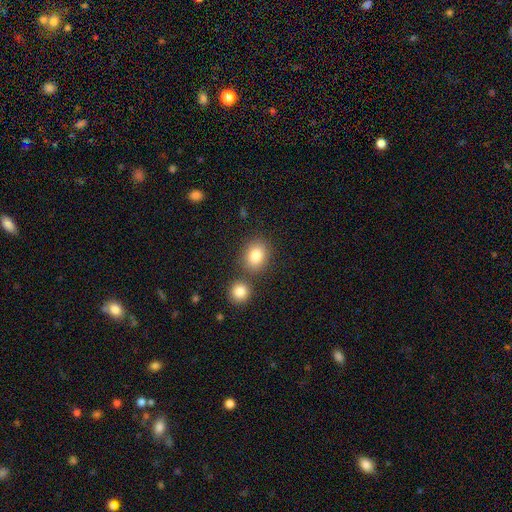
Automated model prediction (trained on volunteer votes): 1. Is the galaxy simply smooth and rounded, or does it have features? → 84% smooth, 9% star or artifact, 7% featured or disk.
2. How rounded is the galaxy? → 51% round, 48% in between, 1% cigar-shaped.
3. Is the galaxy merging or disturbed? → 69% none, 17% merger, 10% minor disturbance, 3% major disturbance.